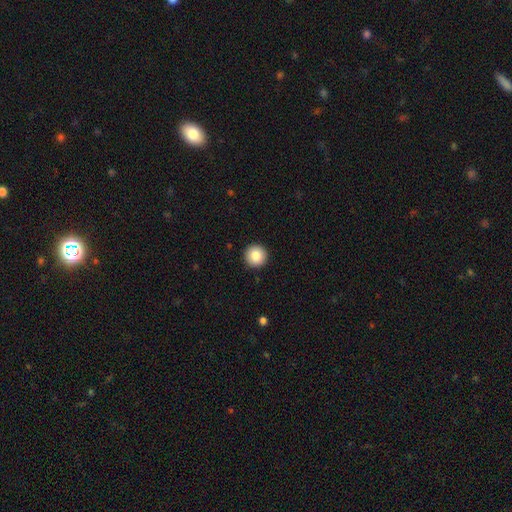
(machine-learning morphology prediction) type=smooth (85%); roundness=round (96%); merging=none (93%).